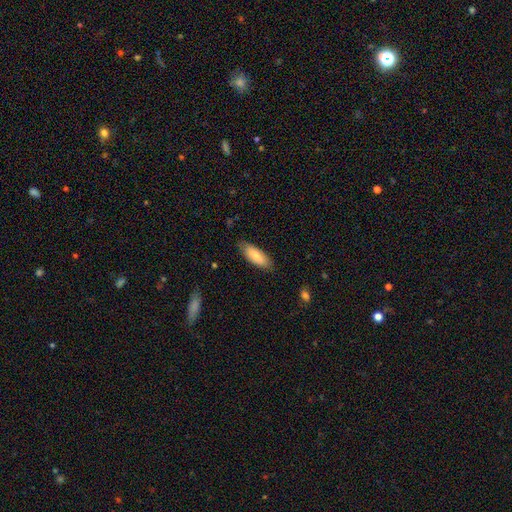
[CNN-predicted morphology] type=smooth (80%); roundness=in between (70%); merging=none (82%).